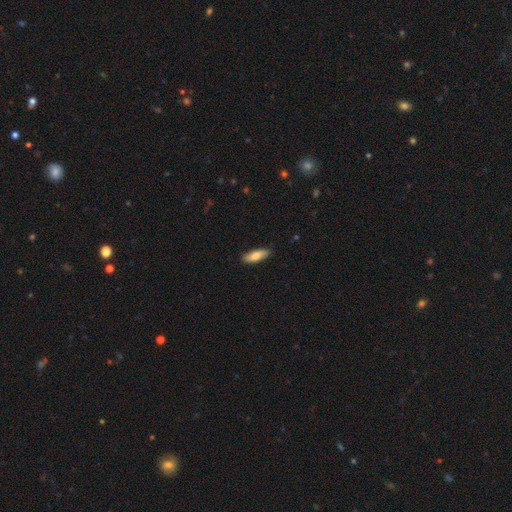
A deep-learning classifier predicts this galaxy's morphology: type=smooth (78%); roundness=in between (62%); merging=none (86%).